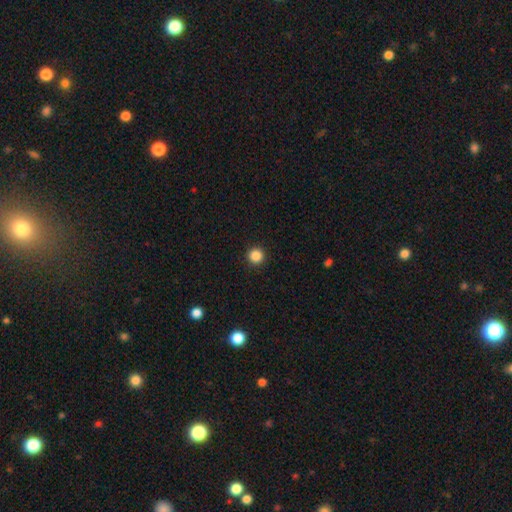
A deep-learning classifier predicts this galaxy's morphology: The model was most divided on "smooth or featured": smooth: 86%, star or artifact: 11%, featured or disk: 3%. More confident: how rounded — round (96%); merging — none (93%).